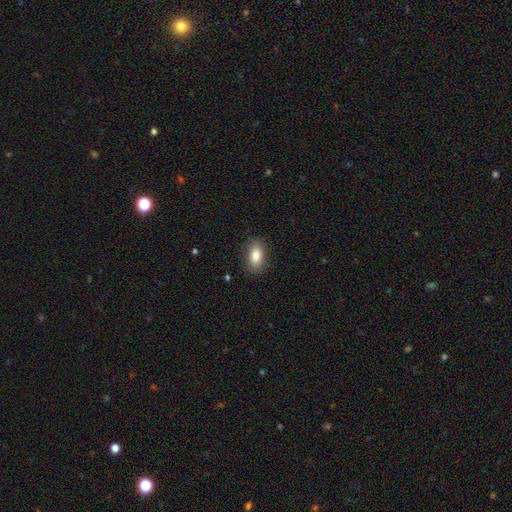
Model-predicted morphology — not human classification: smooth 85%, featured or disk 8%, star or artifact 7%. Down the decision tree: how rounded — in between (91%); merging — none (86%).